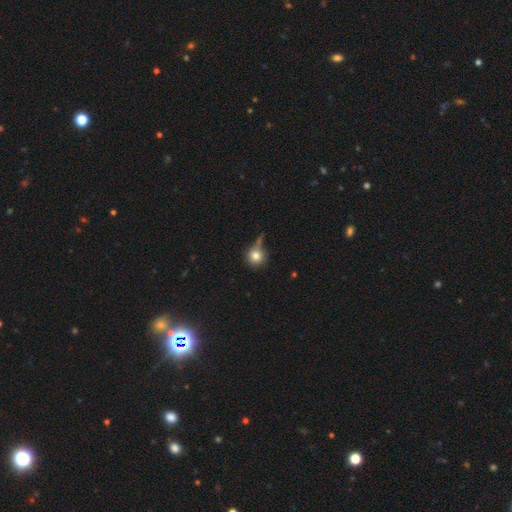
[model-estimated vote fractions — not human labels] smooth 79%, featured or disk 11%, star or artifact 11%. Down the decision tree: how rounded — round (92%); merging — none (52%).